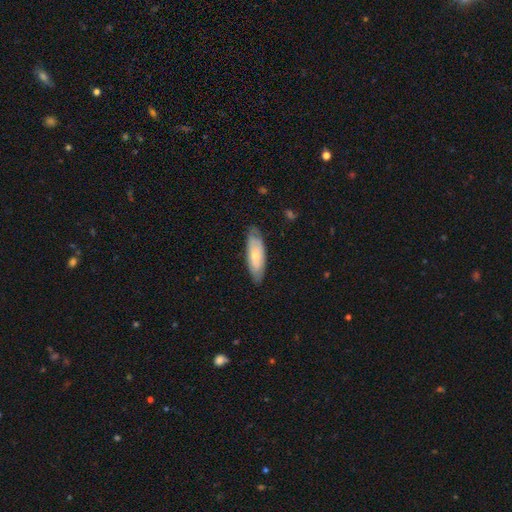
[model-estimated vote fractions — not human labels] This is possibly a smooth galaxy (58%). How rounded: likely in between (66%). Merging: likely none (77%).